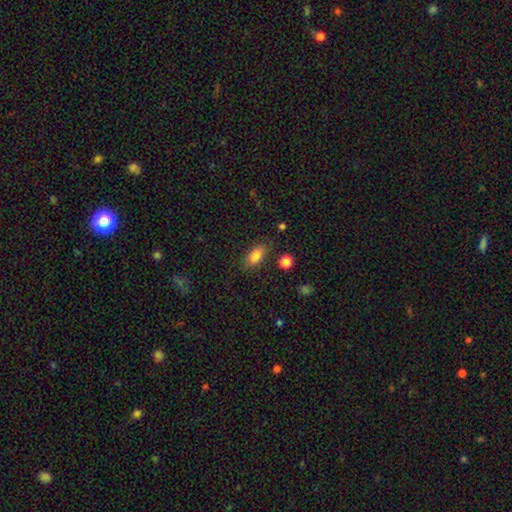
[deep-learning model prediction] The model was most divided on "merging": none: 79%, minor disturbance: 14%, major disturbance: 4%, merger: 3%. More confident: how rounded — in between (85%); smooth or featured — smooth (83%).